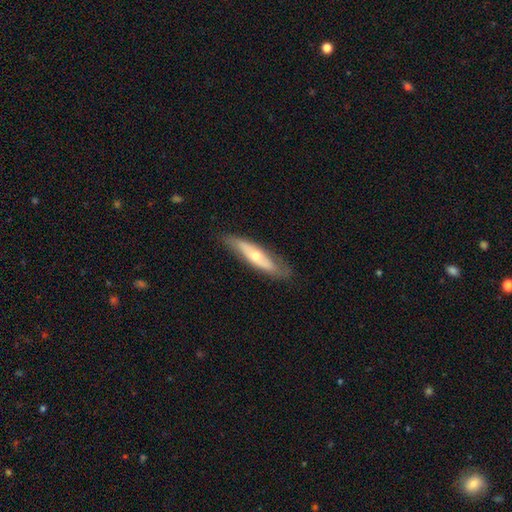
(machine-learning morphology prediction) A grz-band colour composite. It shows a featured or disk galaxy (60%) viewed edge-on (57%). Merging: none (79%).